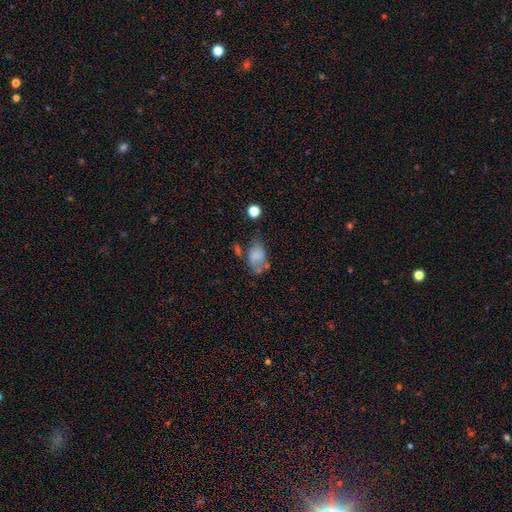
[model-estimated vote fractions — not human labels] This appears to be a smooth galaxy with no disk features (64%) that is in between round and cigar-shaped (79%). Merging: none (36%).